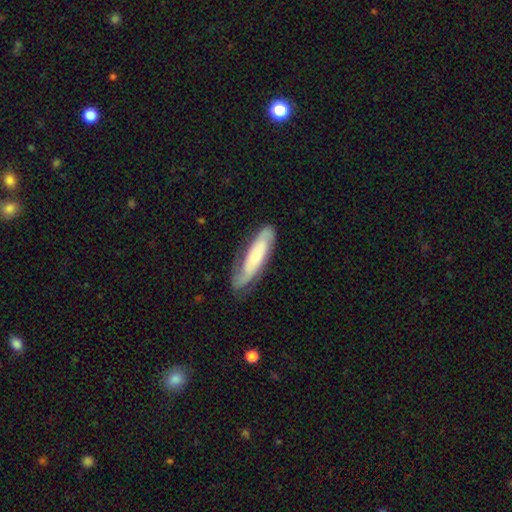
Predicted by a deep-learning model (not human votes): This appears to be a featured or disk galaxy (63%) with no bar (63%), spiral arms (91%) and a small central bulge (48%). Merging: none (71%).